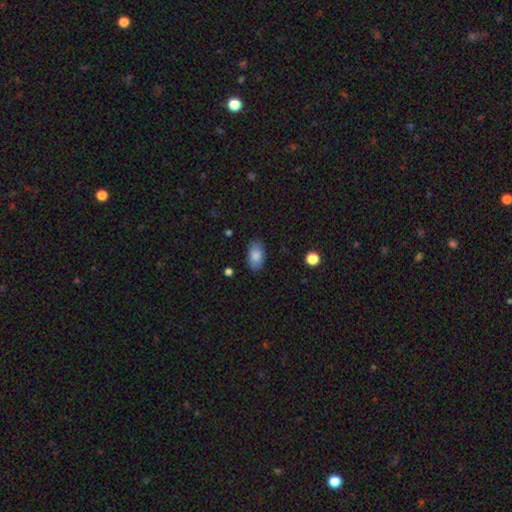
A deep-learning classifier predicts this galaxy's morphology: smooth_or_featured: smooth (p=0.85) [alt: featured or disk p=0.08]
how_rounded: in between (p=0.93) [alt: round p=0.06]
merging: none (p=0.85) [alt: minor disturbance p=0.12]